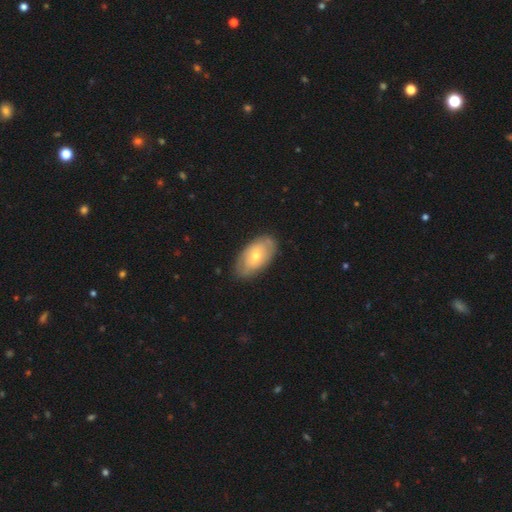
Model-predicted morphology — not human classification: This is possibly a smooth galaxy (49%). Merging: clearly none (81%).